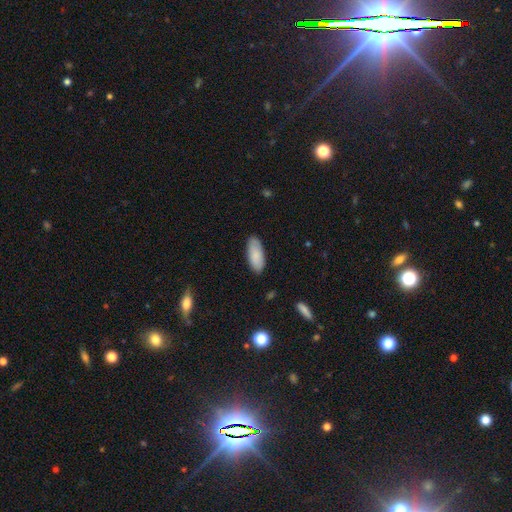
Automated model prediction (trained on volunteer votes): The model was most divided on "how rounded": in between: 84%, cigar-shaped: 14%, round: 2%. More confident: smooth or featured — smooth (87%); merging — none (85%).